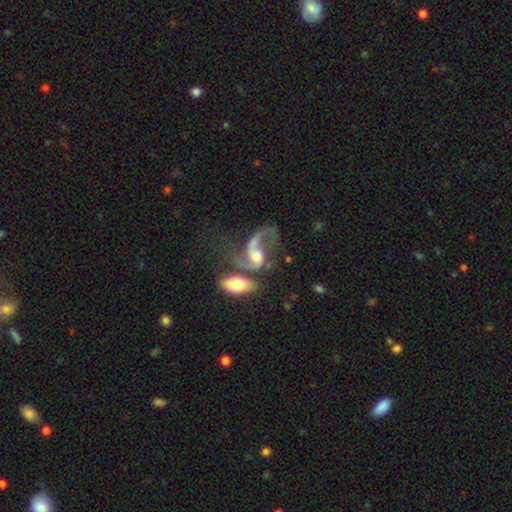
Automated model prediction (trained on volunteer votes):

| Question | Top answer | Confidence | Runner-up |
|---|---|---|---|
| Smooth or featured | featured or disk | 77% | smooth (15%) |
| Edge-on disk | no | 95% | yes (5%) |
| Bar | no | 51% | weak (37%) |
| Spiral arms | yes | 89% | no (11%) |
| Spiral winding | loose | 68% | medium (26%) |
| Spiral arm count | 2 | 67% | 1 (25%) |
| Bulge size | moderate | 47% | small (23%) |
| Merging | merger | 44% | major disturbance (23%) |